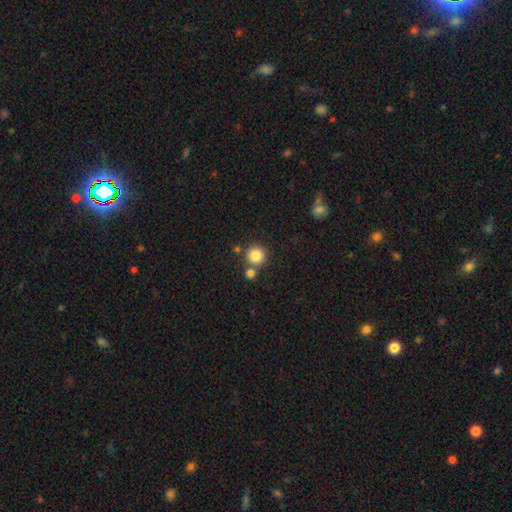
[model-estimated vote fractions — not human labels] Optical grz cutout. It shows a smooth galaxy with no disk features (84%) that is round (94%). Merging: none (73%).